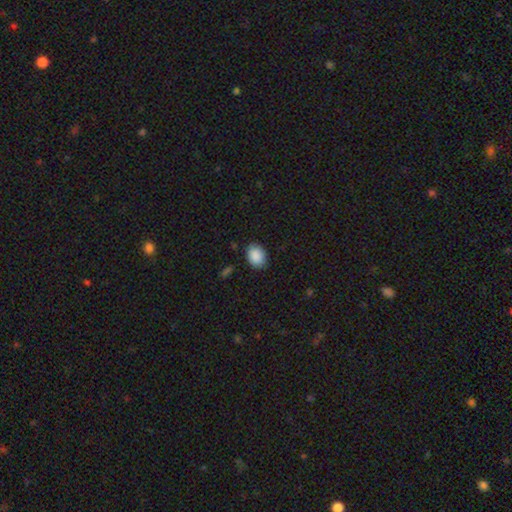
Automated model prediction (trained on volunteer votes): This is clearly a smooth galaxy (89%). How rounded: likely in between (62%). Merging: clearly none (85%).